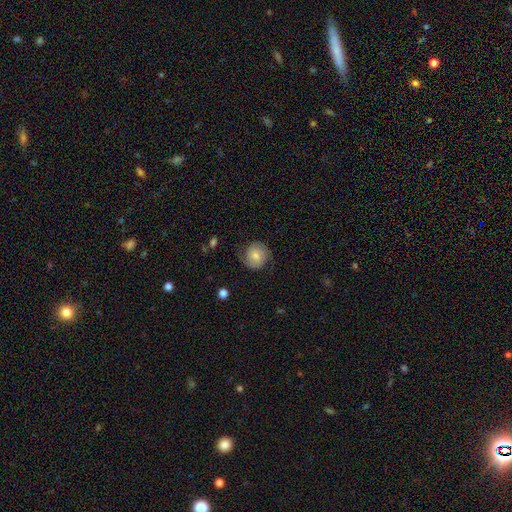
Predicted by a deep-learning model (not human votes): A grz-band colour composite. It shows a featured or disk galaxy (50%). Merging: none (77%).